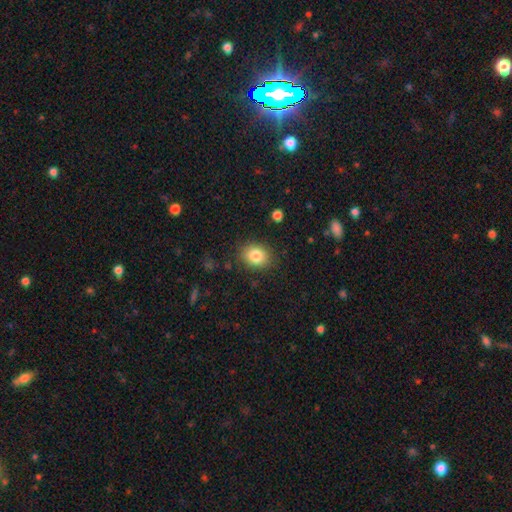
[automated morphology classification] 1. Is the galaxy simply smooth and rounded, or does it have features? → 83% smooth, 10% star or artifact, 8% featured or disk.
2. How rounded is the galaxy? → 50% round, 49% in between, 1% cigar-shaped.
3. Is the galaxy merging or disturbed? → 85% none, 10% minor disturbance, 3% major disturbance, 1% merger.